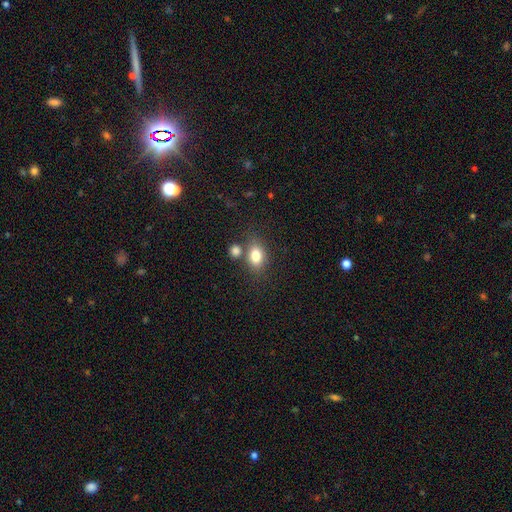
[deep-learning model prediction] Q: Smooth or featured?
A: smooth (80%); runner-up: star or artifact (10%)
Q: How rounded?
A: in between (70%); runner-up: round (28%)
Q: Merging?
A: none (62%); runner-up: merger (20%)